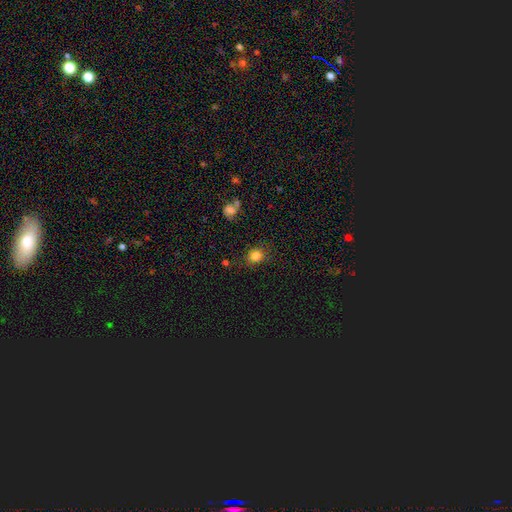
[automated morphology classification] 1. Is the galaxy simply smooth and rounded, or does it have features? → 82% smooth, 12% star or artifact, 6% featured or disk.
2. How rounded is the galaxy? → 68% round, 31% in between, 1% cigar-shaped.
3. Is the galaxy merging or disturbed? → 78% none, 15% minor disturbance, 5% major disturbance, 2% merger.